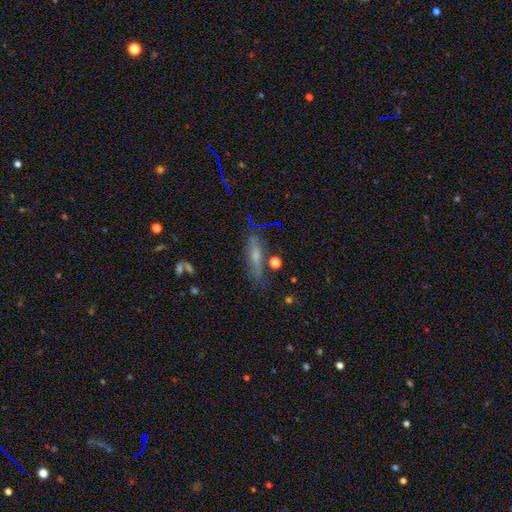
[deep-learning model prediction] smooth_or_featured: smooth (p=0.44) [alt: featured or disk p=0.39]
merging: none (p=0.70) [alt: minor disturbance p=0.18]